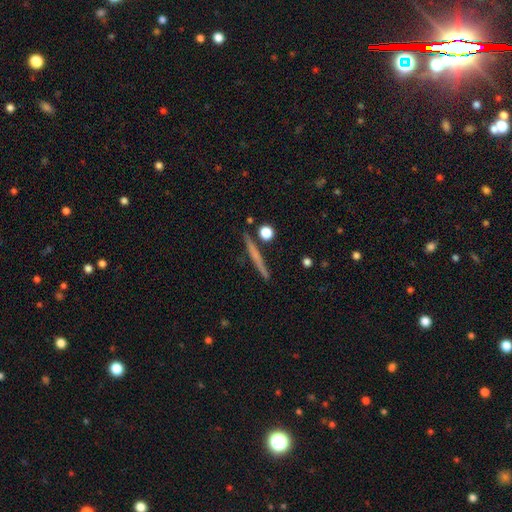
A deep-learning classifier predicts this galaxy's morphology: A smooth galaxy with no disk features (47%).

Vote fractions:
- Smooth or featured? smooth: 47% / featured or disk: 46% / star or artifact: 7%
- Merging? none: 89% / minor disturbance: 7% / merger: 3% / major disturbance: 2%